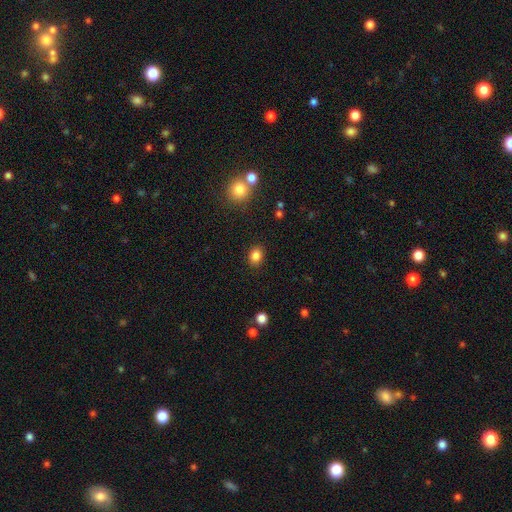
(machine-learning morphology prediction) A smooth galaxy with no disk features (84%) that is in between round and cigar-shaped (57%). Merging: none (88%).